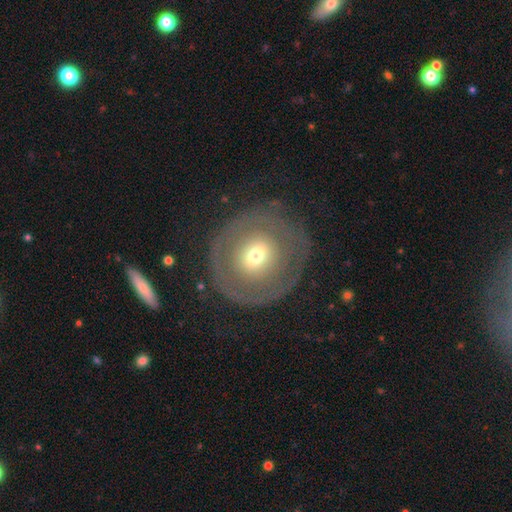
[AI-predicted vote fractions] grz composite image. It shows a featured or disk galaxy (54%) with no bar (74%), no spiral arms (67%) and a moderate central bulge (52%). Merging: none (75%).